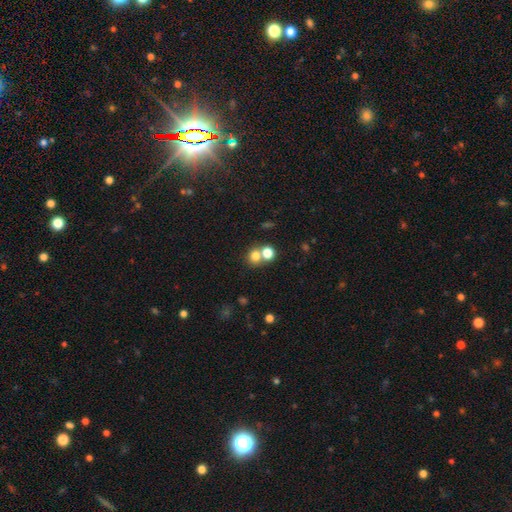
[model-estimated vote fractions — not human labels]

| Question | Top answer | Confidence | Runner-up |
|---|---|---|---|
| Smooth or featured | smooth | 75% | star or artifact (14%) |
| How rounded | round | 81% | in between (18%) |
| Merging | none | 46% | merger (44%) |